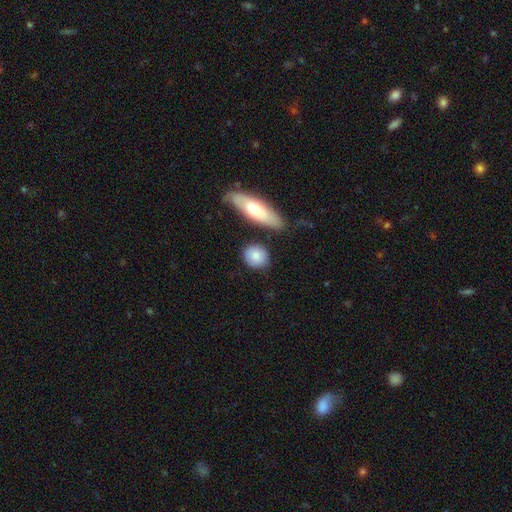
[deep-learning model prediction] A smooth galaxy with no disk features (81%) that is round (76%). Merging: none (77%).